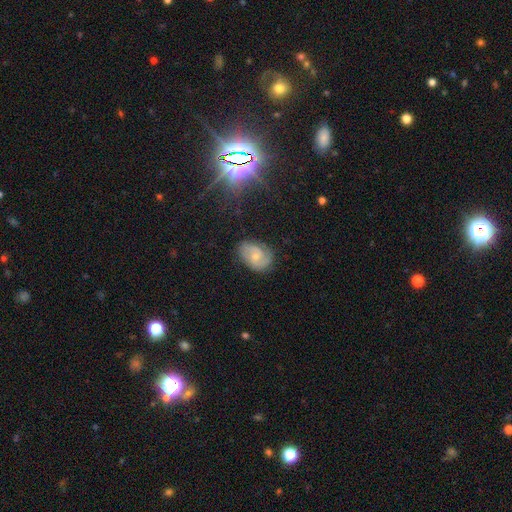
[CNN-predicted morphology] A featured or disk galaxy (70%) with no bar (57%), 2 (76%) medium (48%) spiral arms (93%) and a small central bulge (56%).

Vote fractions:
- Smooth or featured? featured or disk: 70% / smooth: 22% / star or artifact: 8%
- Edge-on disk? no: 97% / yes: 3%
- Bar? no: 57% / weak: 37% / strong: 5%
- Spiral arms? yes: 93% / no: 7%
- Spiral winding? medium: 48% / tight: 34% / loose: 18%
- Spiral arm count? 2: 76% / can't tell: 12% / 3: 5% / 1: 4% / 4: 1% / more than 4: 1%
- Bulge size? small: 56% / moderate: 37% / none: 4% / large: 2% / dominant: 1%
- Merging? none: 73% / minor disturbance: 20% / major disturbance: 6% / merger: 2%